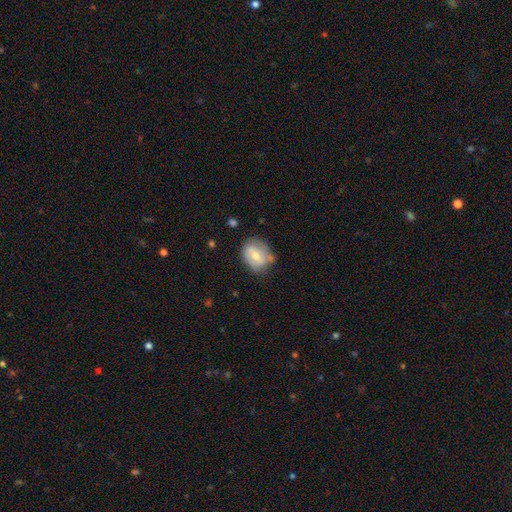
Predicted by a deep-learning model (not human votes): Q: Smooth or featured?
A: smooth (54%); runner-up: featured or disk (39%)
Q: How rounded?
A: round (51%); runner-up: in between (48%)
Q: Merging?
A: none (61%); runner-up: minor disturbance (27%)